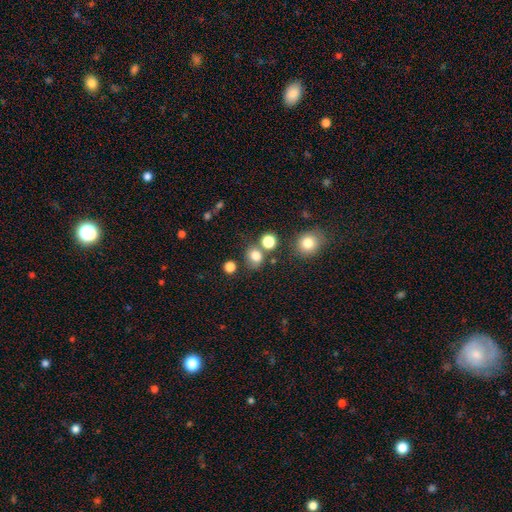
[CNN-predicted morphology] Smooth or featured: smooth — 79% (star or artifact — 15%)
How rounded: round — 72% (in between — 27%)
Merging: none — 70% (merger — 14%)